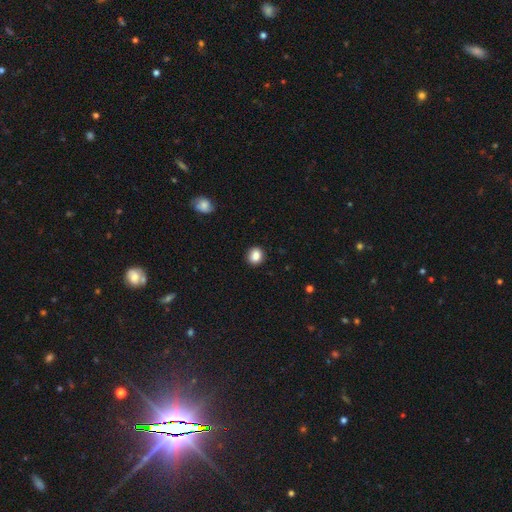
smooth 87%, star or artifact 8%, featured or disk 5%. Down the decision tree: how rounded — round (79%); merging — none (89%).